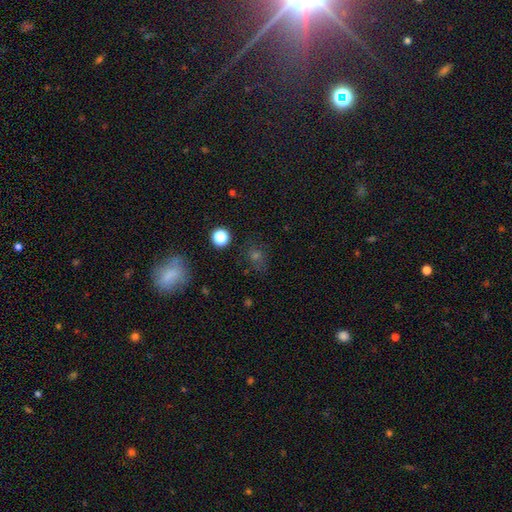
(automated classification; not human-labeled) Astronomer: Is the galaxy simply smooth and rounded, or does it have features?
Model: smooth — 51% (runner-up: star or artifact, 36%).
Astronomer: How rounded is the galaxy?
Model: round — 68%.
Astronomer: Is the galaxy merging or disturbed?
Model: none — 75%.